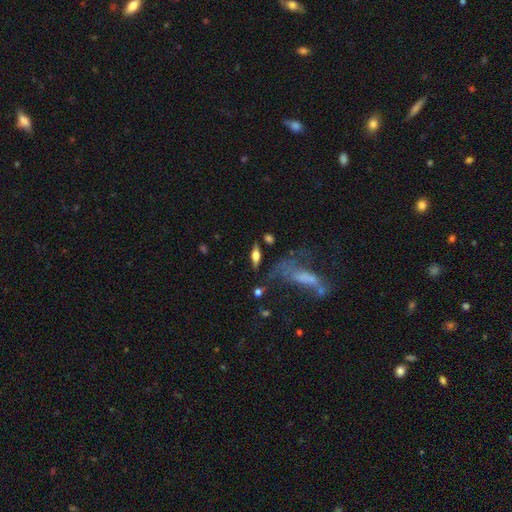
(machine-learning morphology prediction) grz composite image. It shows a featured or disk galaxy (48%). Merging: none (71%).